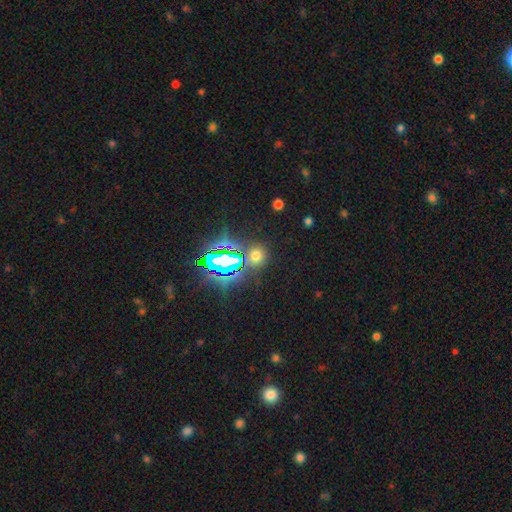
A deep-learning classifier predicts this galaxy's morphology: Smooth or featured? Predicted: smooth (p=0.51). How rounded? Predicted: round (p=0.85). Merging? Predicted: none (p=0.82).